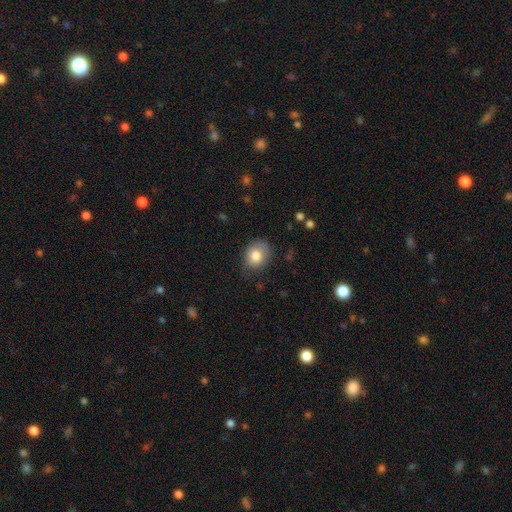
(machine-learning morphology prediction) type=smooth (81%); roundness=round (50%); merging=none (69%).